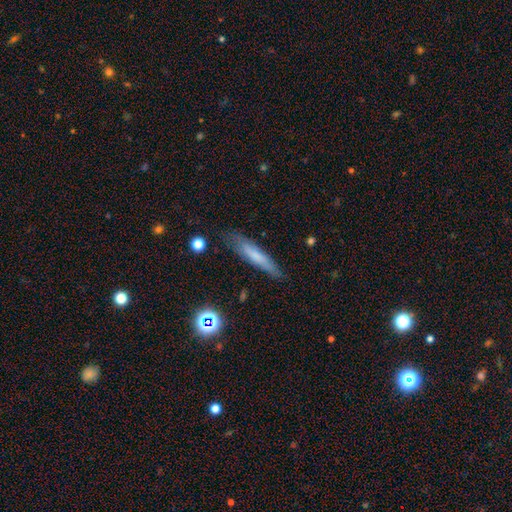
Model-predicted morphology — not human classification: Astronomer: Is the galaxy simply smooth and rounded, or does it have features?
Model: smooth — 63%.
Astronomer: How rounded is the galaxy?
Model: cigar-shaped — 87%.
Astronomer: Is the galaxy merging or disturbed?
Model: none — 77%.